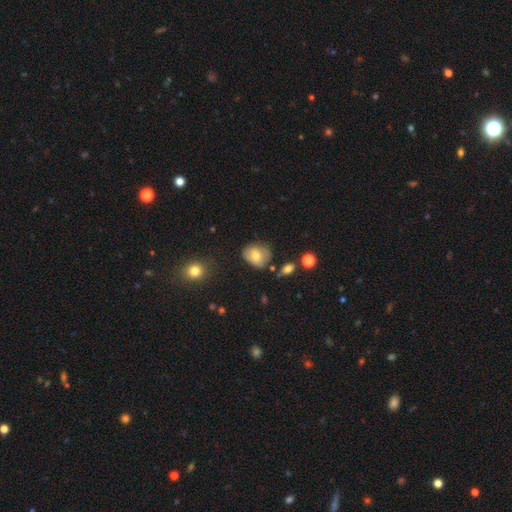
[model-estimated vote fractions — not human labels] Smooth or featured? Predicted: smooth (p=0.72). How rounded? Predicted: in between (p=0.52). Merging? Predicted: none (p=0.58).